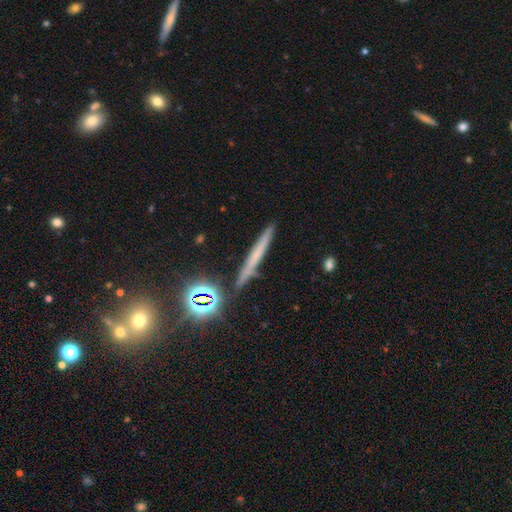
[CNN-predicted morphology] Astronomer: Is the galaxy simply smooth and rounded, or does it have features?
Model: smooth — 45% (runner-up: featured or disk, 36%).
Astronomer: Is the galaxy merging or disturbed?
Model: none — 85%.